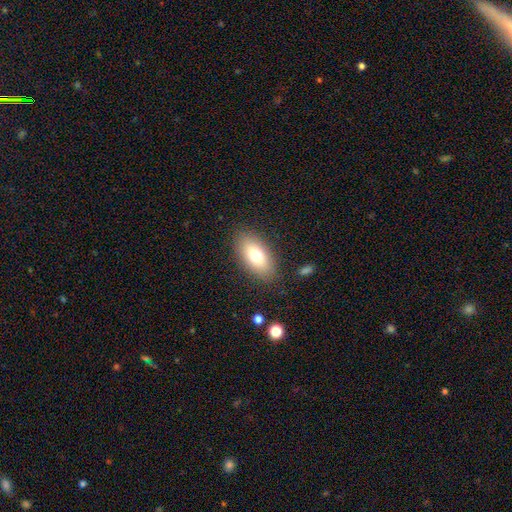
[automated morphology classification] Smooth or featured? Predicted: smooth (p=0.75). How rounded? Predicted: in between (p=0.90). Merging? Predicted: none (p=0.85).